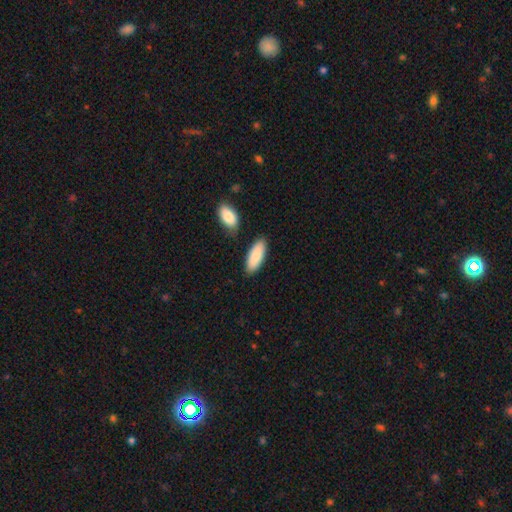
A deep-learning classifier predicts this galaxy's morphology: smooth_or_featured: smooth (p=0.89) [alt: featured or disk p=0.06]
how_rounded: in between (p=0.76) [alt: cigar-shaped p=0.22]
merging: none (p=0.80) [alt: minor disturbance p=0.11]